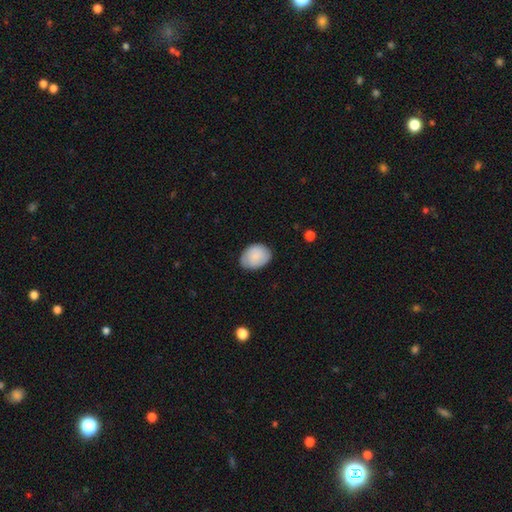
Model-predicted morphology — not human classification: Smooth or featured: smooth — 81% (featured or disk — 12%)
How rounded: in between — 67% (round — 32%)
Merging: none — 74% (minor disturbance — 21%)